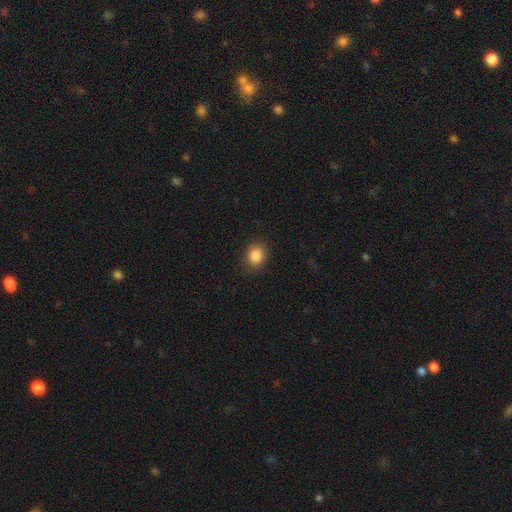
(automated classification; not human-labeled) This appears to be a smooth galaxy with no disk features (86%) that is round (67%). Merging: none (86%).